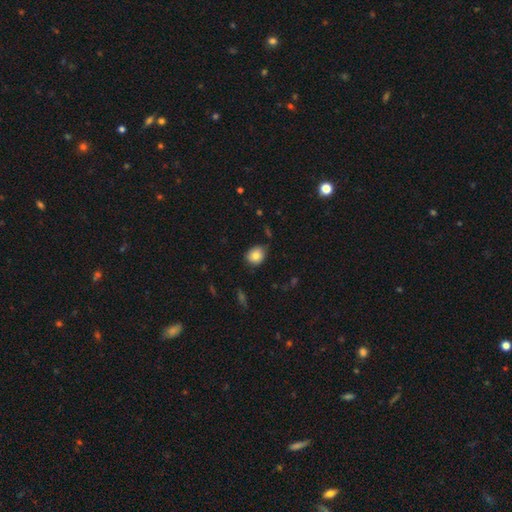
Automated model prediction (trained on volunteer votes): Smooth or featured? Predicted: smooth (p=0.83). How rounded? Predicted: round (p=0.68). Merging? Predicted: none (p=0.73).